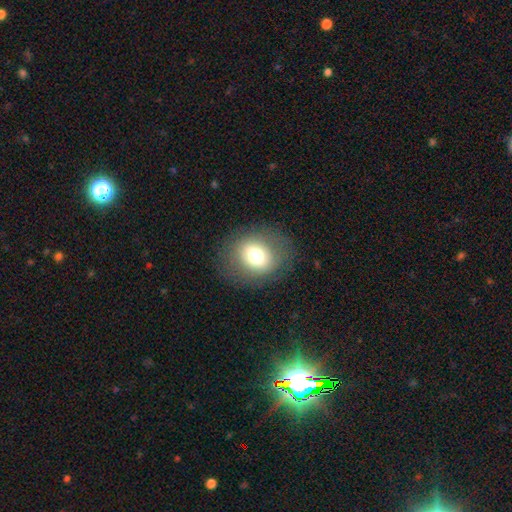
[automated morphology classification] smooth_or_featured: smooth (p=0.68) [alt: featured or disk p=0.20]
how_rounded: round (p=0.70) [alt: in between p=0.30]
merging: none (p=0.82) [alt: minor disturbance p=0.11]